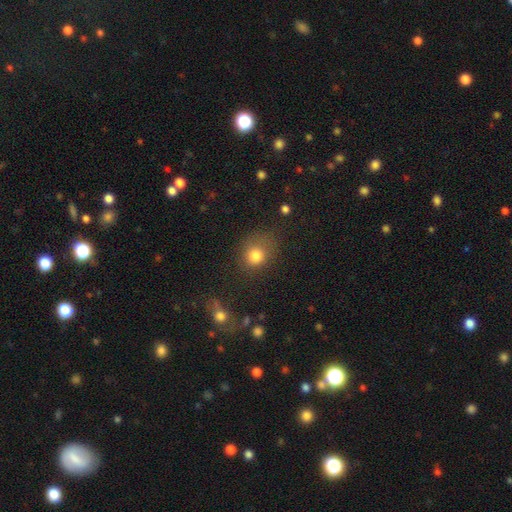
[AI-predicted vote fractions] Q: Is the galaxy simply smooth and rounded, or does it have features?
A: smooth — 79%.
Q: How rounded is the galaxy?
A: round — 67%.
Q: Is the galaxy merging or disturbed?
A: none — 57%.